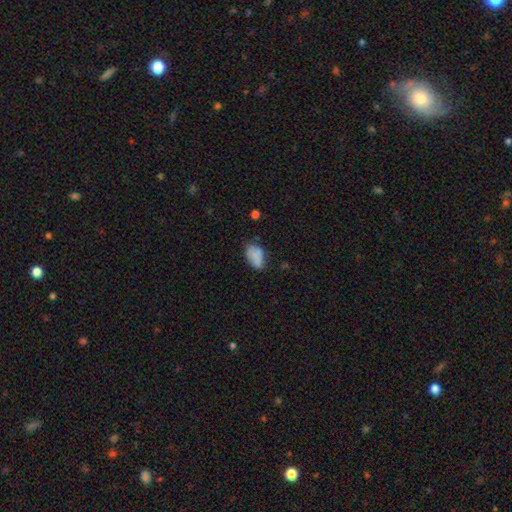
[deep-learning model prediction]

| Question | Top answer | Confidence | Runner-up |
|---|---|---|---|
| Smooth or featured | smooth | 75% | featured or disk (15%) |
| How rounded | in between | 90% | round (8%) |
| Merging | none | 55% | minor disturbance (28%) |